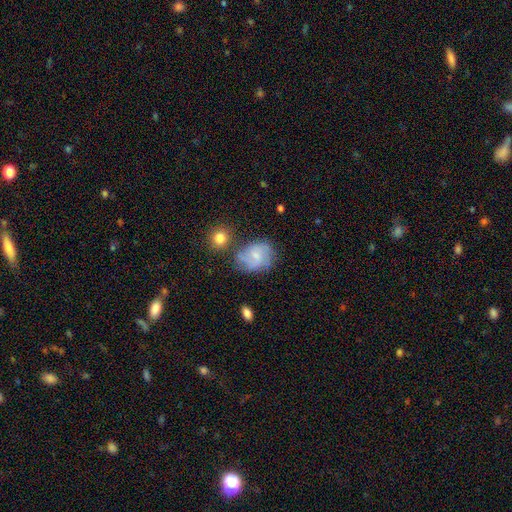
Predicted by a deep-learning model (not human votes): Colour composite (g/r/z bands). It shows a featured or disk galaxy (55%) with no bar (47%), spiral arms (84%) and a small central bulge (54%). Merging: none (60%).